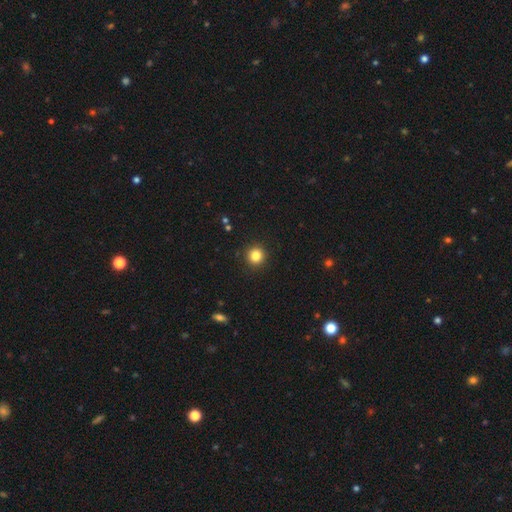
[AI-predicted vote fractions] smooth 84%, star or artifact 12%, featured or disk 5%. Down the decision tree: how rounded — round (94%); merging — none (92%).